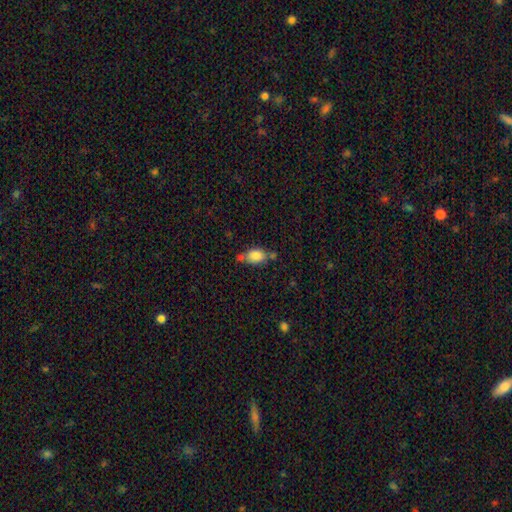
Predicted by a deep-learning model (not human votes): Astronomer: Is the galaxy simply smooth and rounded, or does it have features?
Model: smooth — 84%.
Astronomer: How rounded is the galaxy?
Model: in between — 83%.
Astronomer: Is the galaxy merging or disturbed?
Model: none — 56%.